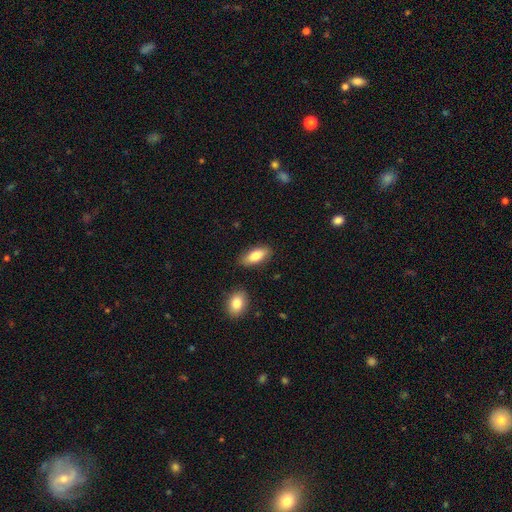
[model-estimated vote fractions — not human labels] Morphology: type=smooth (82%); roundness=in between (84%); merging=none (85%).